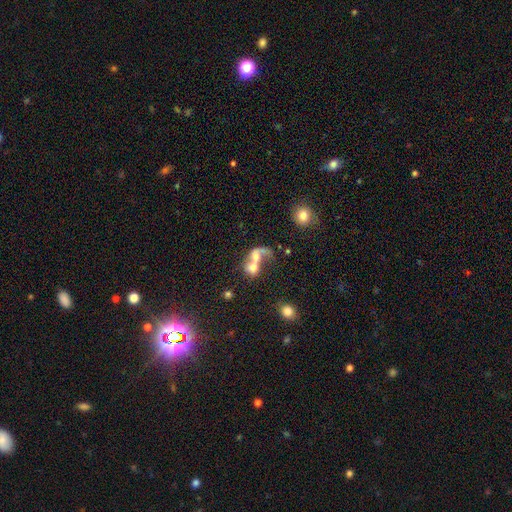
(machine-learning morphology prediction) smooth-or-featured: smooth: 47% | featured or disk: 41% | star or artifact: 12%
  merging: merger: 75% | major disturbance: 12% | none: 9% | minor disturbance: 5%